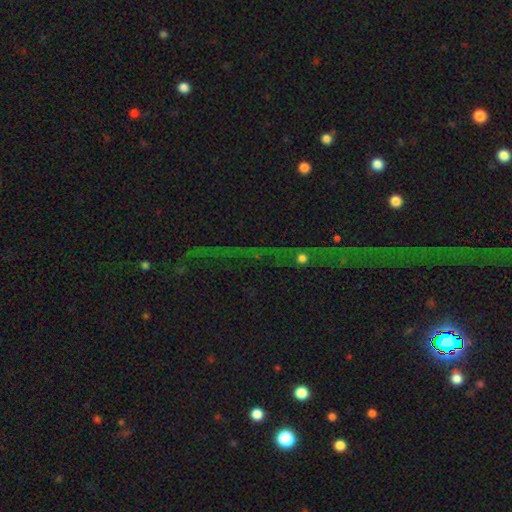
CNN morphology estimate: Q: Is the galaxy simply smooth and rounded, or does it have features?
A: star or artifact — 81%.